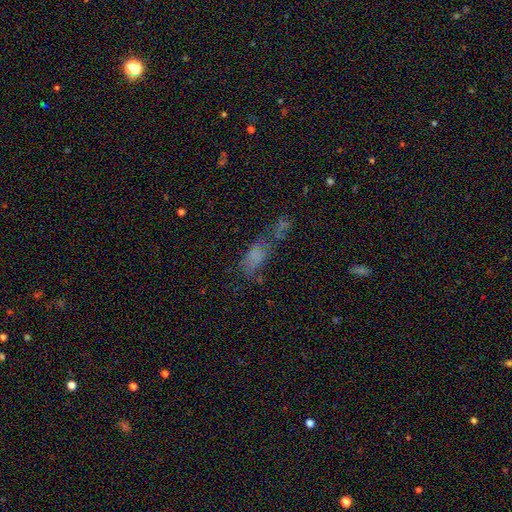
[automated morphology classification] A smooth galaxy with no disk features (61%) that is in between round and cigar-shaped (66%).

Vote fractions:
- Smooth or featured? smooth: 61% / star or artifact: 20% / featured or disk: 18%
- How rounded? in between: 66% / cigar-shaped: 28% / round: 6%
- Merging? none: 33% / merger: 24% / major disturbance: 22% / minor disturbance: 20%